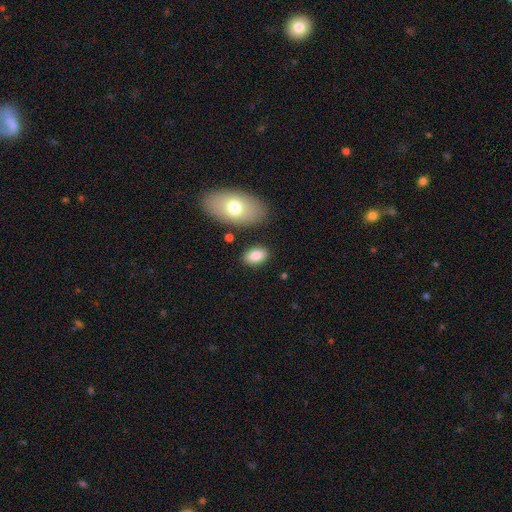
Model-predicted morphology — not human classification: smooth 85%, featured or disk 8%, star or artifact 7%. Down the decision tree: how rounded — in between (92%); merging — none (82%).